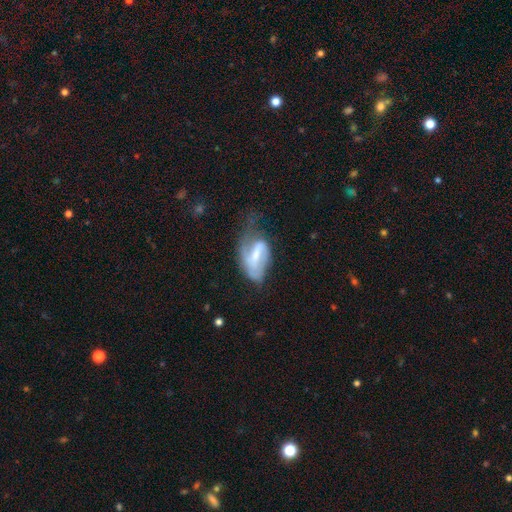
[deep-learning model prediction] Smooth or featured? Predicted: featured or disk (p=0.61). Edge-on disk? Predicted: no (p=0.95). Bar? Predicted: weak (p=0.44). Spiral arms? Predicted: yes (p=0.74). Bulge size? Predicted: small (p=0.39). Merging? Predicted: major disturbance (p=0.41).